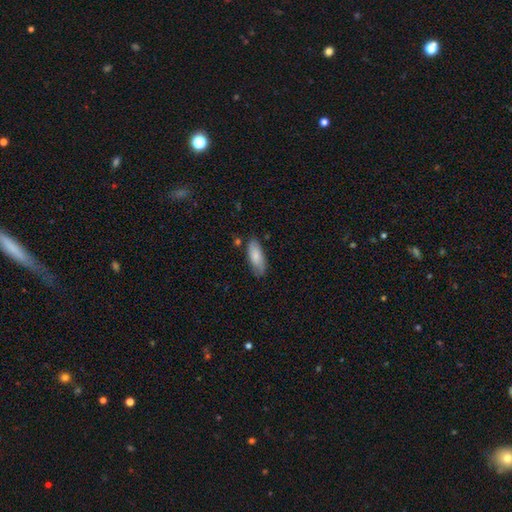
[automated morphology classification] smooth-or-featured: smooth: 79% | featured or disk: 15% | star or artifact: 6%
  how-rounded: in between: 77% | cigar-shaped: 22% | round: 2%
  merging: none: 73% | minor disturbance: 20% | major disturbance: 4% | merger: 3%